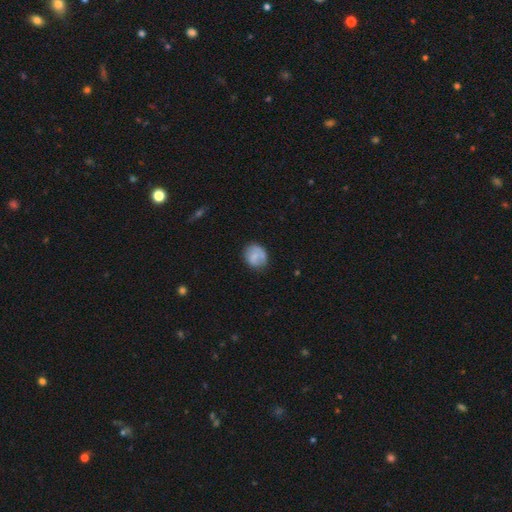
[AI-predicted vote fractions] A smooth galaxy with no disk features (70%) that is round (68%).

Vote fractions:
- Smooth or featured? smooth: 70% / featured or disk: 23% / star or artifact: 8%
- How rounded? round: 68% / in between: 31% / cigar-shaped: 1%
- Merging? none: 67% / minor disturbance: 23% / major disturbance: 7% / merger: 3%